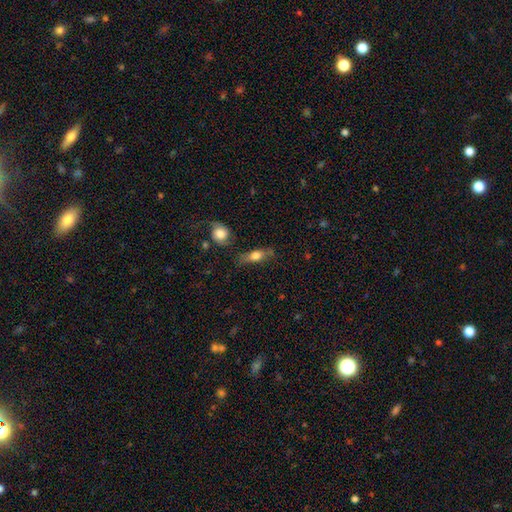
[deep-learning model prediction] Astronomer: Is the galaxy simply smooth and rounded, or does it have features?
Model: smooth — 64%.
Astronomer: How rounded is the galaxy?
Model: in between — 62%.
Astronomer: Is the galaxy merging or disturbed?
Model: none — 68%.